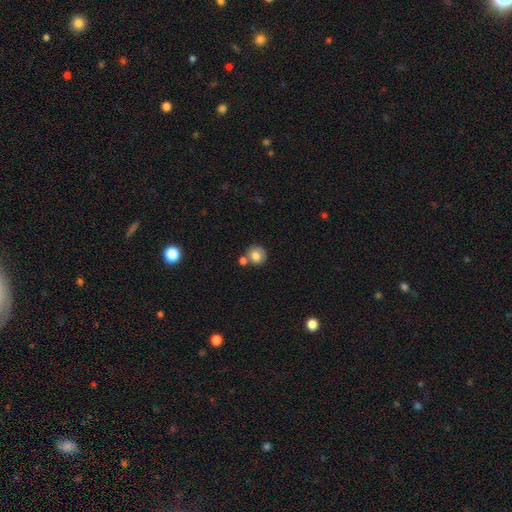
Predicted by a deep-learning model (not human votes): smooth-or-featured: smooth: 76% | featured or disk: 15% | star or artifact: 9%
  how-rounded: round: 86% | in between: 13% | cigar-shaped: 1%
  merging: none: 59% | merger: 24% | minor disturbance: 13% | major disturbance: 4%